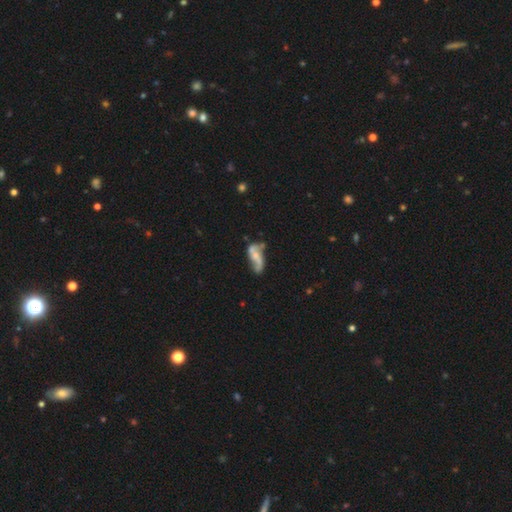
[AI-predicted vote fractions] smooth-or-featured: featured or disk: 67% | smooth: 26% | star or artifact: 8%
  disk-edge-on: no: 93% | yes: 7%
    bar: no: 57% | weak: 31% | strong: 12%
    has-spiral-arms: yes: 76% | no: 24%
    bulge-size: small: 45% | moderate: 28% | none: 23% | large: 3% | dominant: 1%
  merging: none: 40% | minor disturbance: 24% | major disturbance: 21% | merger: 16%